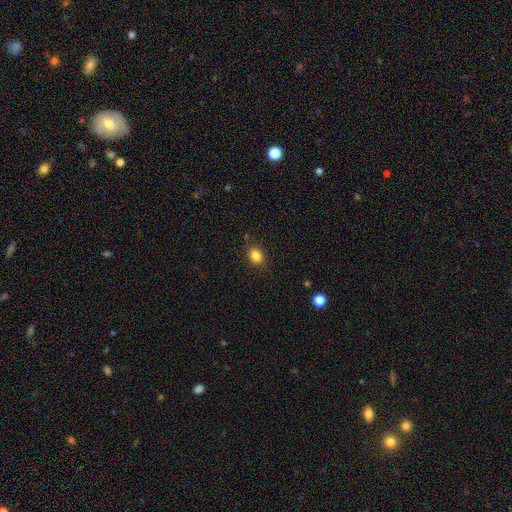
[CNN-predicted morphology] type=smooth (84%); roundness=in between (61%); merging=none (86%).